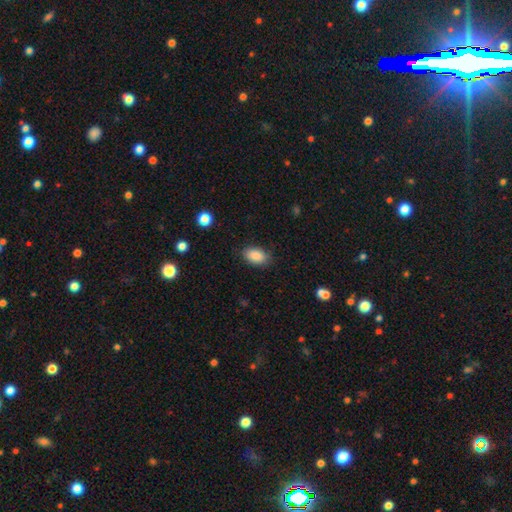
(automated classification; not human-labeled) This appears to be a smooth galaxy with no disk features (89%) that is in between round and cigar-shaped (91%). Merging: none (83%).